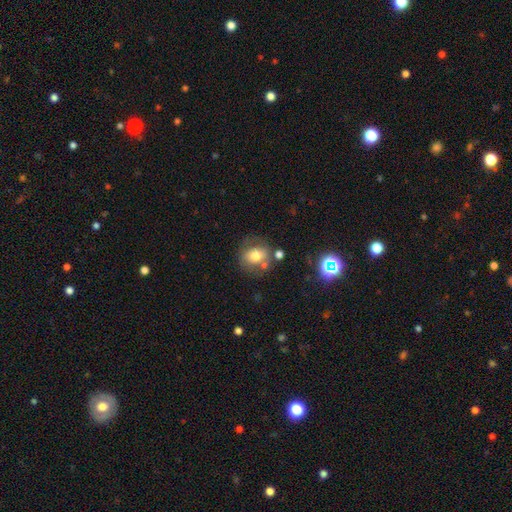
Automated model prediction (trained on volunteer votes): Q: Smooth or featured?
A: smooth (67%); runner-up: featured or disk (21%)
Q: How rounded?
A: round (67%); runner-up: in between (31%)
Q: Merging?
A: none (63%); runner-up: minor disturbance (17%)